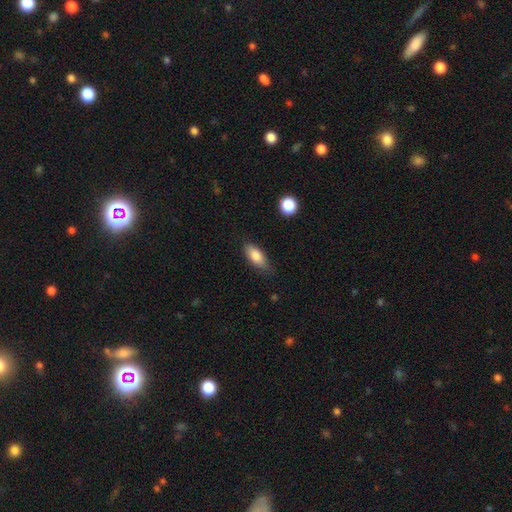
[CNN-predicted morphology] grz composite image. It shows a smooth galaxy with no disk features (82%) that is in between round and cigar-shaped (82%). Merging: none (75%).